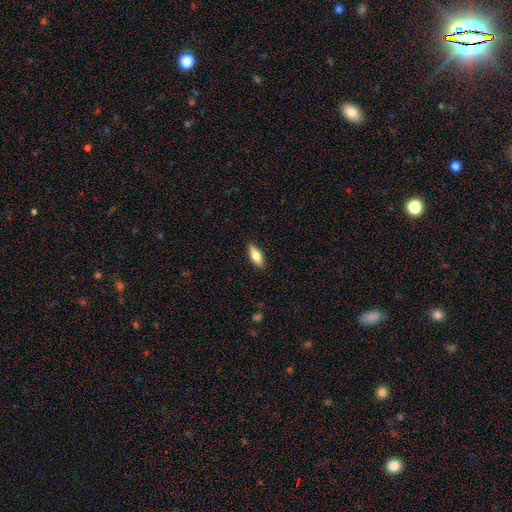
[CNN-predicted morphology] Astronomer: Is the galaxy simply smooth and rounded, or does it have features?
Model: smooth — 71%.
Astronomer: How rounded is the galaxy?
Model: in between — 69%.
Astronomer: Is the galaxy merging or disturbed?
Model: none — 87%.